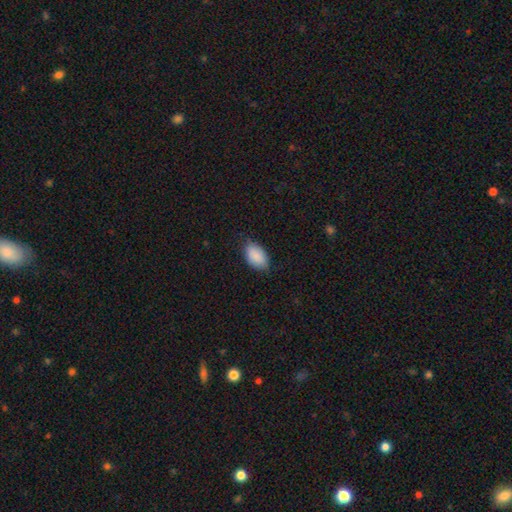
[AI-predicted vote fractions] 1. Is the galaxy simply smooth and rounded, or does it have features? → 89% smooth, 6% star or artifact, 5% featured or disk.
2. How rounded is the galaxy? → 92% in between, 6% round, 2% cigar-shaped.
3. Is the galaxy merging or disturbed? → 73% none, 23% minor disturbance, 3% major disturbance, 1% merger.